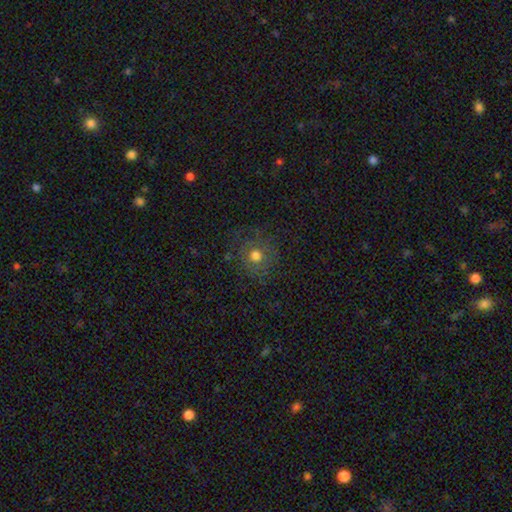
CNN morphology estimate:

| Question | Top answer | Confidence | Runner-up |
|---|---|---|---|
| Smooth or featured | smooth | 66% | featured or disk (18%) |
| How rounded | round | 91% | in between (8%) |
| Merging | none | 79% | minor disturbance (12%) |